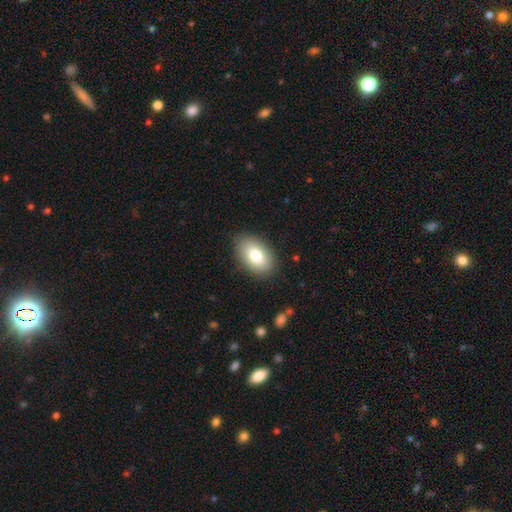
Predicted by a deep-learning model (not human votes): Smooth or featured: smooth — 80% (featured or disk — 13%)
How rounded: in between — 91% (round — 7%)
Merging: none — 86% (minor disturbance — 10%)